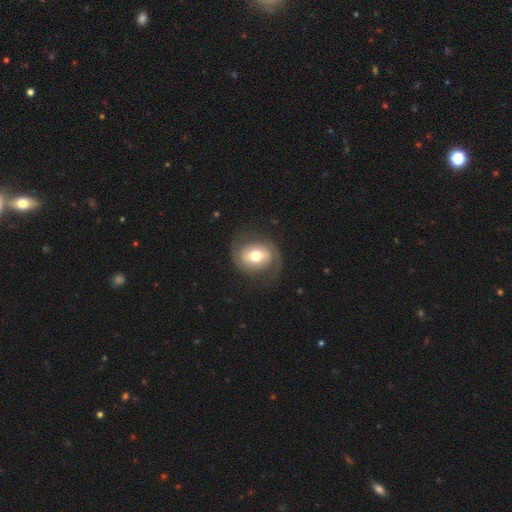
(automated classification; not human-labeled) smooth_or_featured: featured or disk (p=0.57) [alt: smooth p=0.36]
disk_edge_on: no (p=0.96) [alt: yes p=0.04]
bar: no (p=0.40) [alt: weak p=0.35]
has_spiral_arms: yes (p=0.69) [alt: no p=0.31]
bulge_size: moderate (p=0.70) [alt: large p=0.18]
merging: none (p=0.72) [alt: minor disturbance p=0.15]